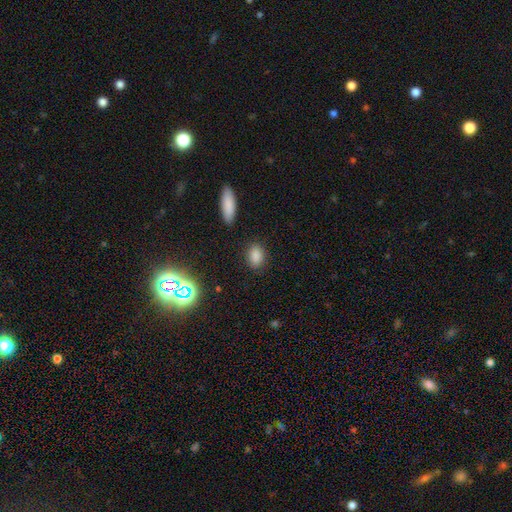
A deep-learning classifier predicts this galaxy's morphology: Smooth or featured?
  - smooth: 84% *
  - star or artifact: 12%
  - featured or disk: 5%
How rounded?
  - in between: 78% *
  - round: 20%
  - cigar-shaped: 2%
Merging?
  - none: 85% *
  - minor disturbance: 10%
  - major disturbance: 3%
  - merger: 2%